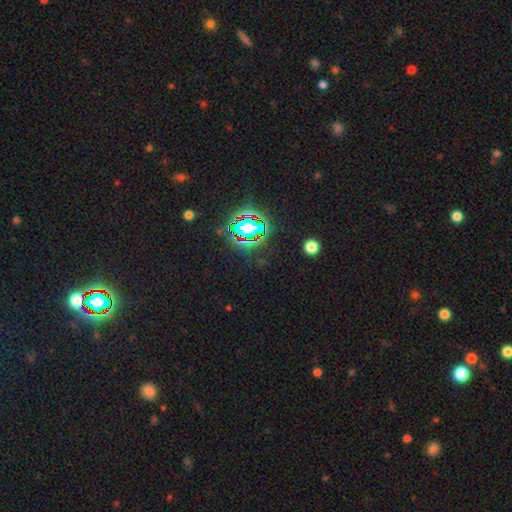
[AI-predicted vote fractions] The model was most divided on "smooth or featured": star or artifact: 81%, smooth: 11%, featured or disk: 7%.